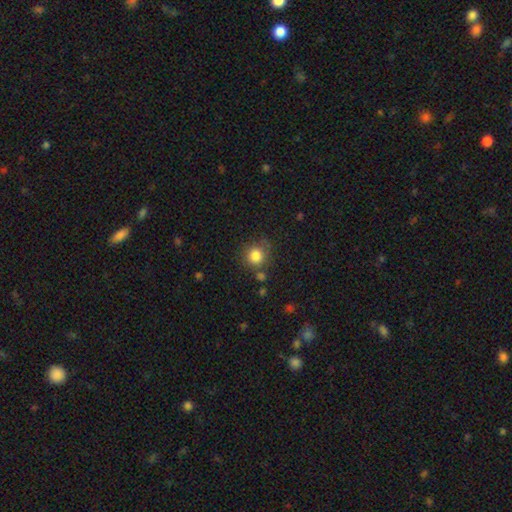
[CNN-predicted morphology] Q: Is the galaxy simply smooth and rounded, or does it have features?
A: smooth — 83%.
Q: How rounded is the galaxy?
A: round — 91%.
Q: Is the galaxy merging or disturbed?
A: none — 75%.